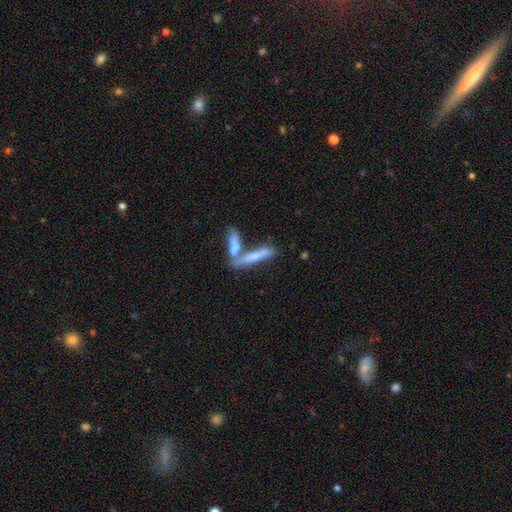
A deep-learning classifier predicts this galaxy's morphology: A smooth galaxy with no disk features (67%) that is cigar-shaped (81%). Merging: merger (49%).